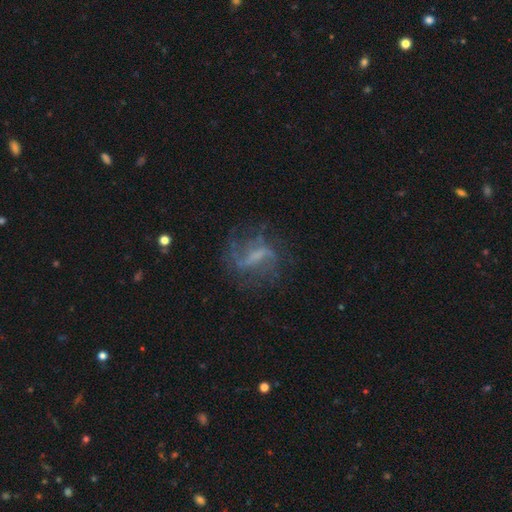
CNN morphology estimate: smooth-or-featured: featured or disk: 72% | smooth: 16% | star or artifact: 12%
  disk-edge-on: no: 91% | yes: 9%
    bar: strong: 43% | weak: 39% | no: 18%
    has-spiral-arms: yes: 79% | no: 21%
      spiral-winding: loose: 53% | medium: 32% | tight: 15%
      spiral-arm-count: 2: 52% | can't tell: 26% | 1: 8% | 3: 7% | 4: 3% | more than 4: 3%
    bulge-size: none: 43% | small: 31% | moderate: 20% | large: 4% | dominant: 1%
  merging: none: 61% | major disturbance: 18% | minor disturbance: 18% | merger: 3%